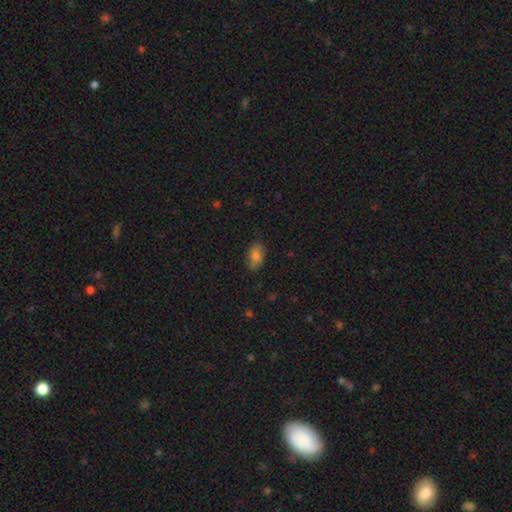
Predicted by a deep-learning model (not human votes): Smooth or featured: smooth — 79% (featured or disk — 12%)
How rounded: in between — 91% (round — 7%)
Merging: none — 82% (minor disturbance — 14%)